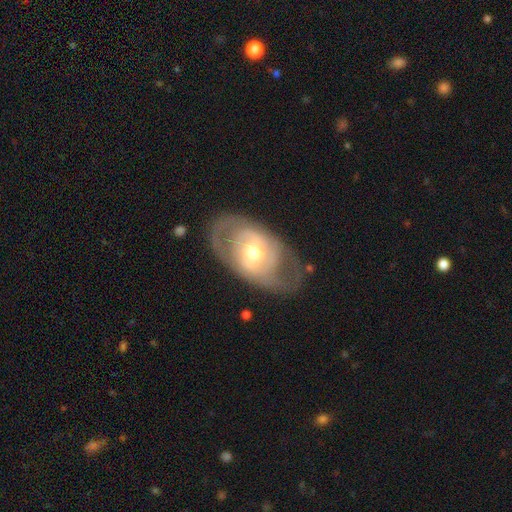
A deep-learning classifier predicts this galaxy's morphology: Smooth or featured?
  - featured or disk: 73% *
  - smooth: 21%
  - star or artifact: 6%
Edge-on disk?
  - no: 93% *
  - yes: 7%
Bar?
  - no: 44% *
  - weak: 38%
  - strong: 18%
Spiral arms?
  - yes: 65% *
  - no: 35%
Bulge size?
  - moderate: 67% *
  - small: 23%
  - large: 8%
  - dominant: 1%
  - none: 1%
Merging?
  - none: 70% *
  - minor disturbance: 18%
  - major disturbance: 10%
  - merger: 2%